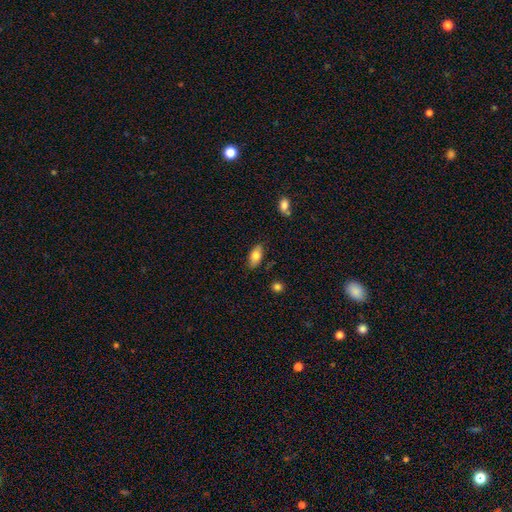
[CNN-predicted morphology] A smooth galaxy with no disk features (79%) that is in between round and cigar-shaped (89%). Merging: none (82%).